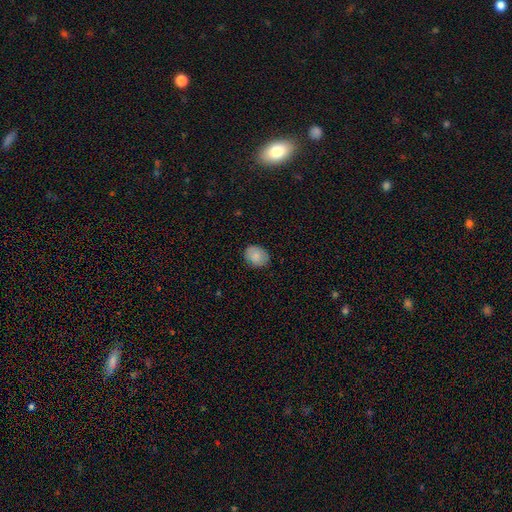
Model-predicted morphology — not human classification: Q: Smooth or featured?
A: smooth (83%); runner-up: featured or disk (9%)
Q: How rounded?
A: in between (53%); runner-up: round (46%)
Q: Merging?
A: none (83%); runner-up: minor disturbance (13%)